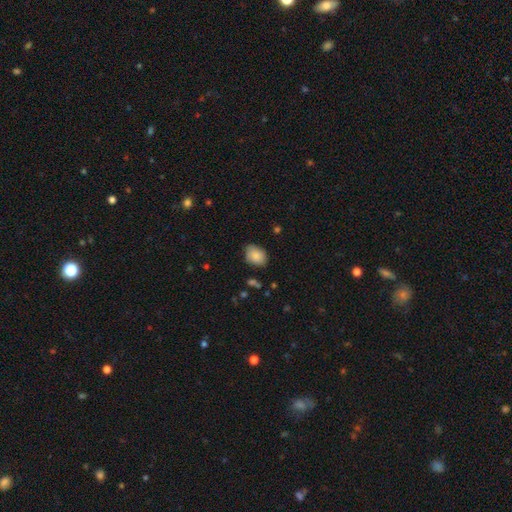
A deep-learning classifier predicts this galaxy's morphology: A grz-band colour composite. It shows a smooth galaxy with no disk features (85%) that is in between round and cigar-shaped (70%). Merging: none (73%).